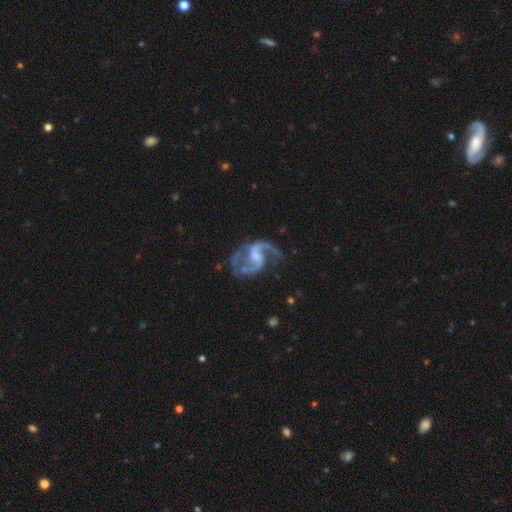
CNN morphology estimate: The model was most divided on "spiral winding": medium: 46%, loose: 45%, tight: 8%. Remaining: edge-on disk — no (98%); spiral arms — yes (96%); smooth or featured — featured or disk (90%); spiral arm count — 2 (88%); merging — none (57%); bar — weak (53%); bulge size — small (37%).